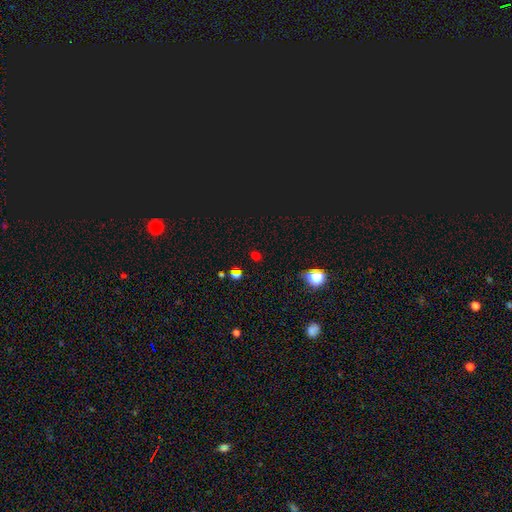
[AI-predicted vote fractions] star or artifact 48%, smooth 46%, featured or disk 6%.